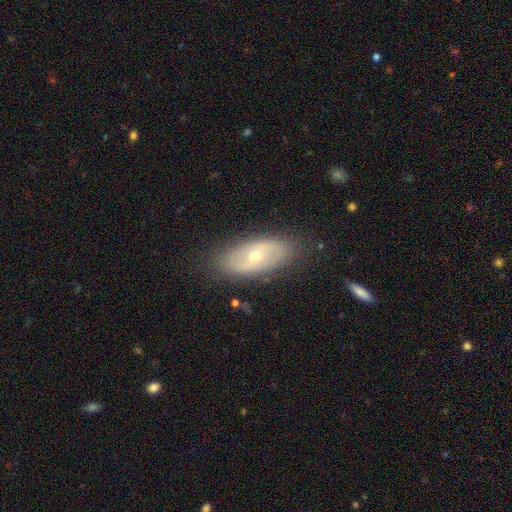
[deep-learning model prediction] The model was most divided on "bar": no: 51%, weak: 37%, strong: 12%. More confident: edge-on disk — no (88%); merging — none (82%); spiral arms — yes (64%); smooth or featured — featured or disk (59%); bulge size — small (56%).